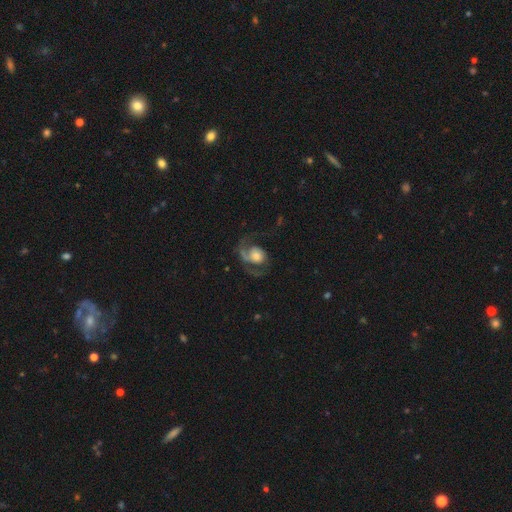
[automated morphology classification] A featured or disk galaxy (71%) with no bar (75%), 2 (51%) medium (45%) spiral arms (89%) and a moderate central bulge (39%).

Vote fractions:
- Smooth or featured? featured or disk: 71% / smooth: 22% / star or artifact: 7%
- Edge-on disk? no: 97% / yes: 3%
- Bar? no: 75% / weak: 20% / strong: 4%
- Spiral arms? yes: 89% / no: 11%
- Spiral winding? medium: 45% / loose: 36% / tight: 19%
- Spiral arm count? 2: 51% / 1: 38% / can't tell: 6% / 3: 3% / 4: 1% / more than 4: 1%
- Bulge size? moderate: 39% / large: 30% / small: 20% / dominant: 6% / none: 5%
- Merging? none: 46% / major disturbance: 35% / minor disturbance: 17% / merger: 2%